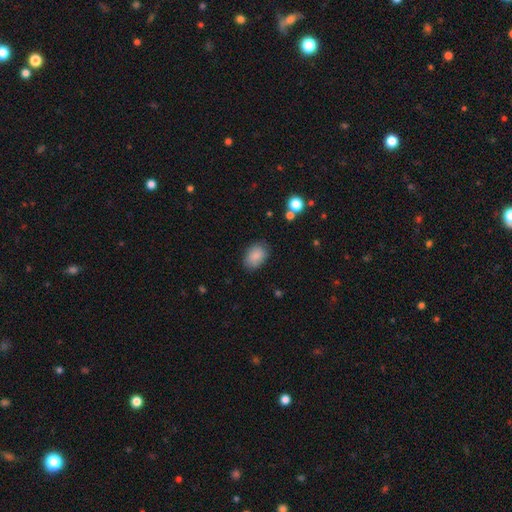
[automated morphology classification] smooth_or_featured: smooth (p=0.87) [alt: star or artifact p=0.07]
how_rounded: in between (p=0.84) [alt: round p=0.15]
merging: none (p=0.82) [alt: minor disturbance p=0.13]